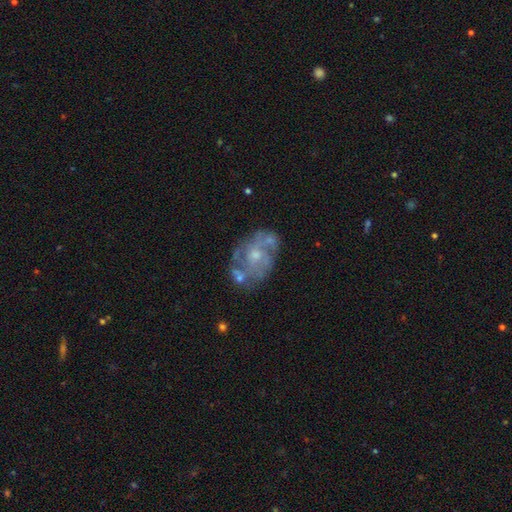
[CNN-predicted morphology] smooth-or-featured: featured or disk: 76% | smooth: 16% | star or artifact: 8%
  disk-edge-on: no: 97% | yes: 3%
    bar: no: 78% | weak: 19% | strong: 3%
    has-spiral-arms: yes: 65% | no: 35%
    bulge-size: small: 50% | moderate: 43% | none: 4% | large: 2% | dominant: 1%
  merging: none: 58% | minor disturbance: 20% | merger: 11% | major disturbance: 11%